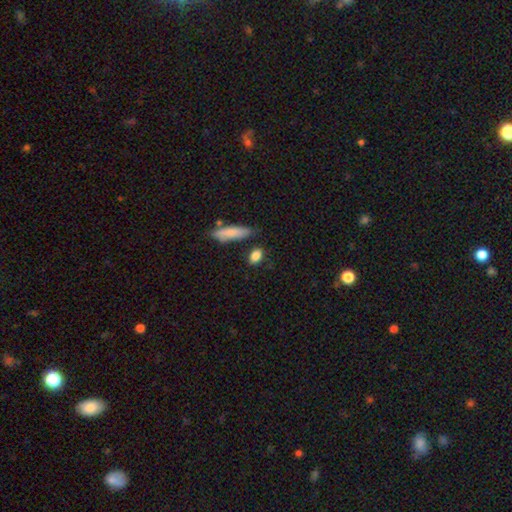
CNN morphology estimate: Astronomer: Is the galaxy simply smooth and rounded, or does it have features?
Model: smooth — 86%.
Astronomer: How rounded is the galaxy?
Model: in between — 74%.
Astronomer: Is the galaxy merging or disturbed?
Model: none — 76%.